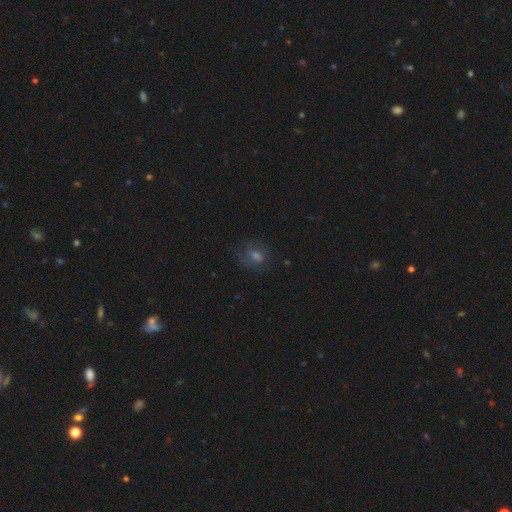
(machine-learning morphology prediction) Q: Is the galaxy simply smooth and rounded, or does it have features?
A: smooth — 44%.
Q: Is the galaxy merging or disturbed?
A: none — 67%.